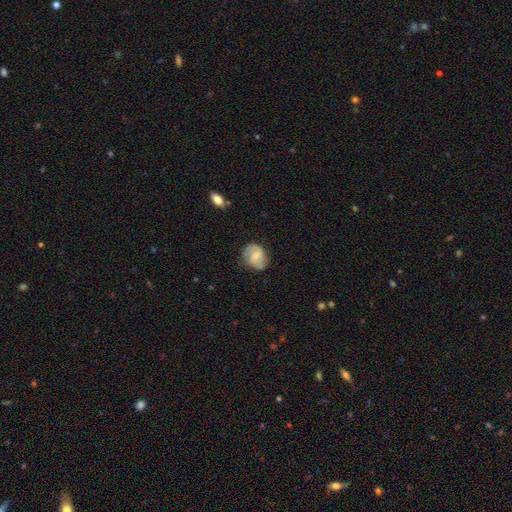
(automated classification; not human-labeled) Overall: featured or disk (59%; smooth 34%). Edge-on disk: no (98%). Bar: weak (52%; no 35%). Spiral arms: yes (91%). Spiral arm count: 2 (85%). Spiral winding: medium (47%; loose 29%). Bulge size: small (39%; none 28%). Merging: none (73%).